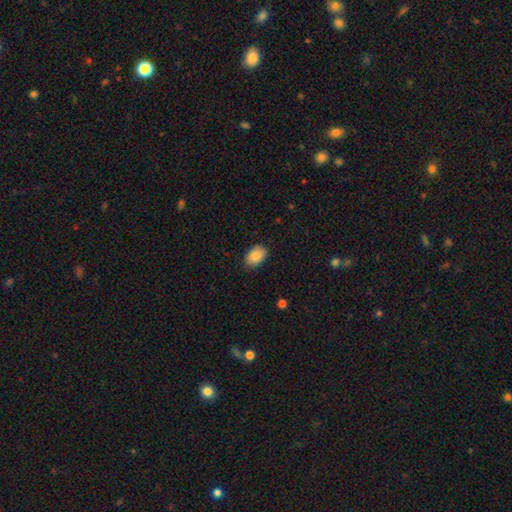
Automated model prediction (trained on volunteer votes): Smooth or featured? Predicted: smooth (p=0.87). How rounded? Predicted: in between (p=0.87). Merging? Predicted: none (p=0.85).